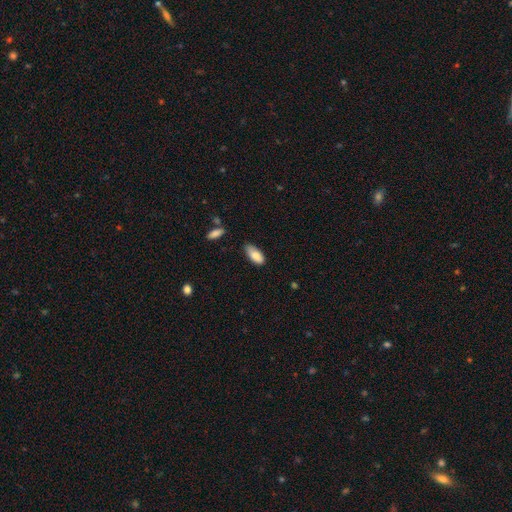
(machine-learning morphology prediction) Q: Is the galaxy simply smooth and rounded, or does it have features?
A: smooth — 84%.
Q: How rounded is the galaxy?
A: in between — 88%.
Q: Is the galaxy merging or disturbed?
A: none — 71%.